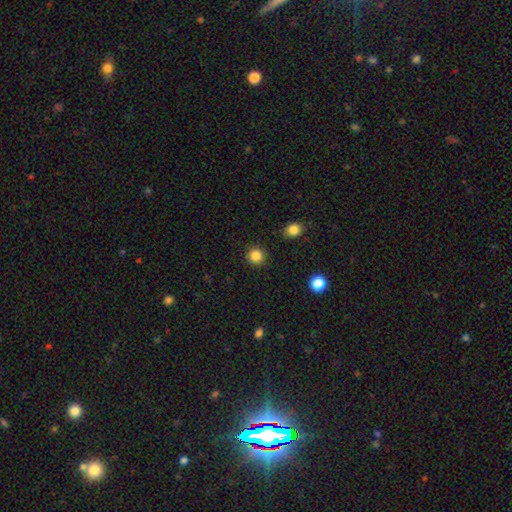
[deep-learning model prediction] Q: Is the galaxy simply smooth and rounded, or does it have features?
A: smooth — 86%.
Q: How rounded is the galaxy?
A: round — 94%.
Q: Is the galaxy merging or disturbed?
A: none — 91%.